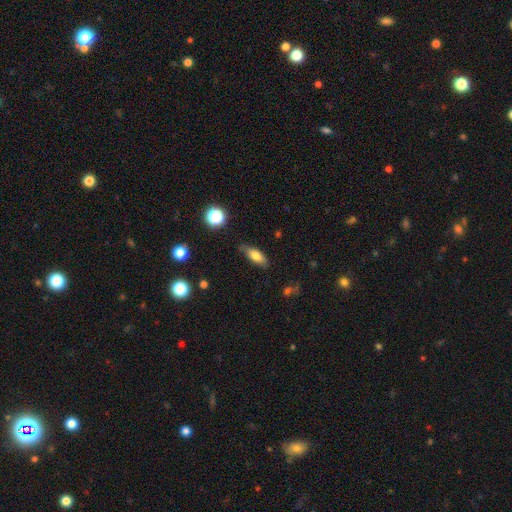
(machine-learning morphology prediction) smooth 75%, featured or disk 17%, star or artifact 8%. Down the decision tree: how rounded — in between (71%); merging — none (77%).